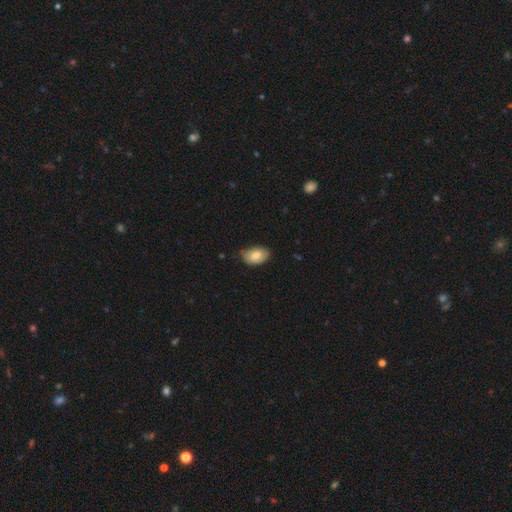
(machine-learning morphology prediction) This is likely a smooth galaxy (79%). How rounded: clearly in between (91%). Merging: likely none (68%).